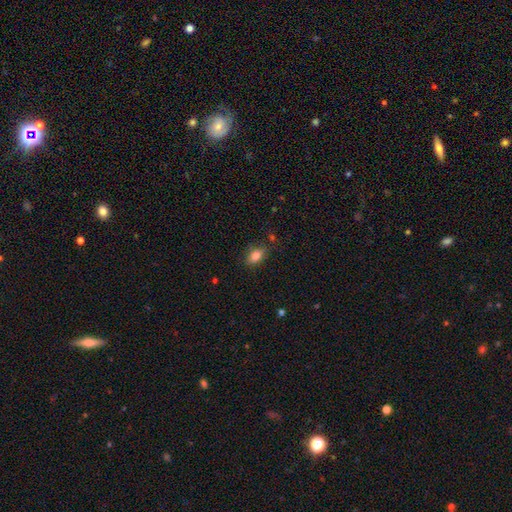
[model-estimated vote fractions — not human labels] A smooth galaxy with no disk features (82%) that is in between round and cigar-shaped (85%). Merging: none (79%).